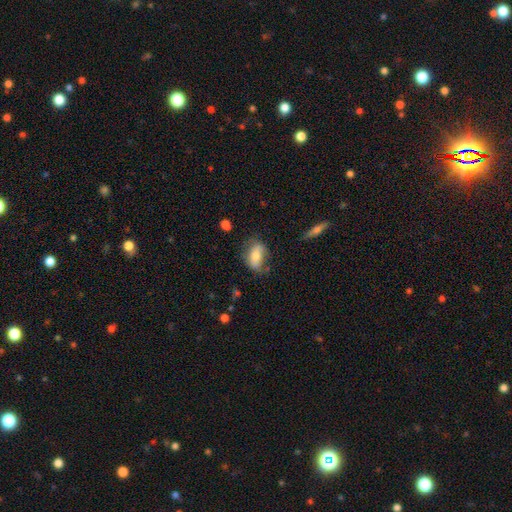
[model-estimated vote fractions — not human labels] smooth 68%, featured or disk 25%, star or artifact 7%. Down the decision tree: how rounded — in between (86%); merging — none (62%).